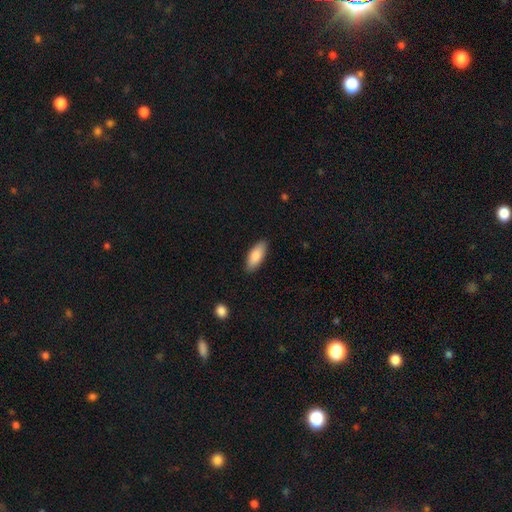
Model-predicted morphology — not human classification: Smooth or featured? smooth (83%)
How rounded? in between (78%)
Merging? none (88%)